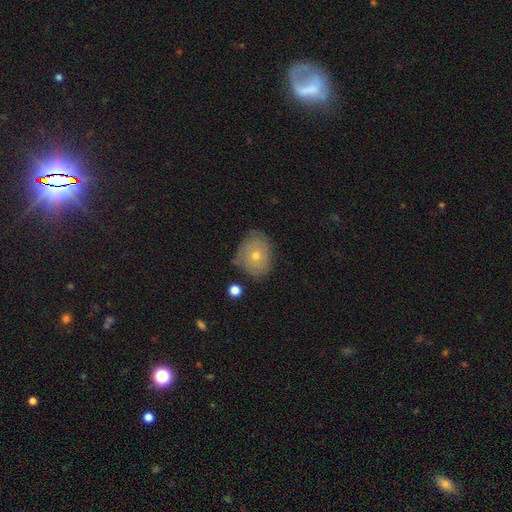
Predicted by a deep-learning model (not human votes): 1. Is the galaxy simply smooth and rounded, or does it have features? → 54% smooth, 35% featured or disk, 11% star or artifact.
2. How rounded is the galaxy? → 55% round, 44% in between, 1% cigar-shaped.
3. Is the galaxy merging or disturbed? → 69% none, 23% minor disturbance, 6% major disturbance, 2% merger.